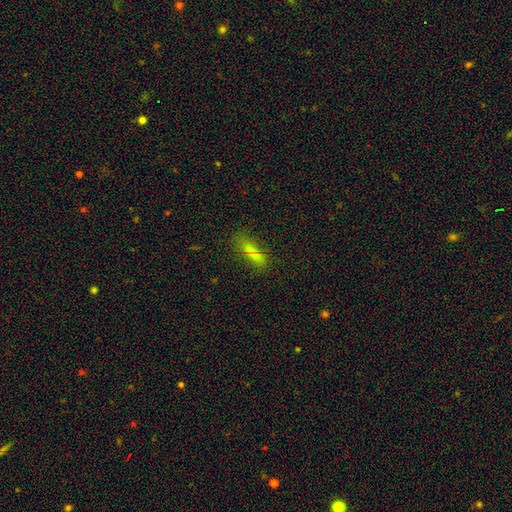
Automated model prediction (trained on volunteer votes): smooth 52%, star or artifact 27%, featured or disk 21%. Down the decision tree: how rounded — cigar-shaped (65%); merging — none (78%).